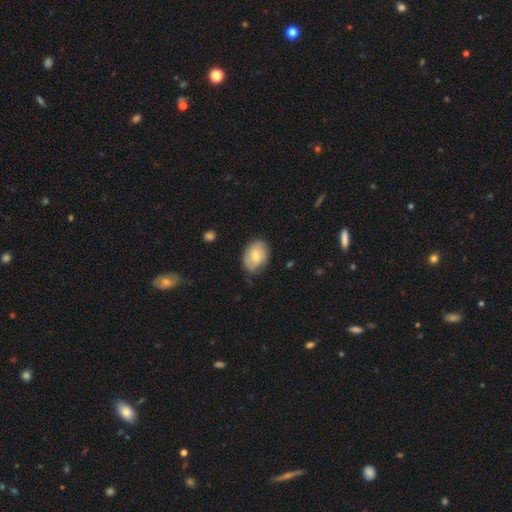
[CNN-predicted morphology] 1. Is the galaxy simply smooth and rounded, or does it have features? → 68% smooth, 26% featured or disk, 6% star or artifact.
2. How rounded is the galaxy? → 76% in between, 23% round, 1% cigar-shaped.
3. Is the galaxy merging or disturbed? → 75% none, 20% minor disturbance, 4% major disturbance, 1% merger.